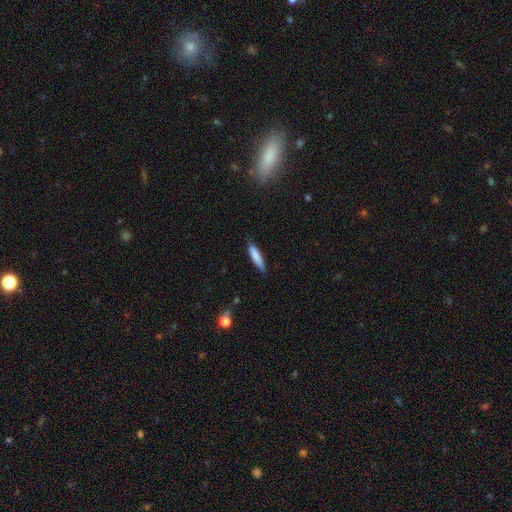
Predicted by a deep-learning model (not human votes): Overall: smooth (83%). How rounded: cigar-shaped (80%). Merging: none (82%).